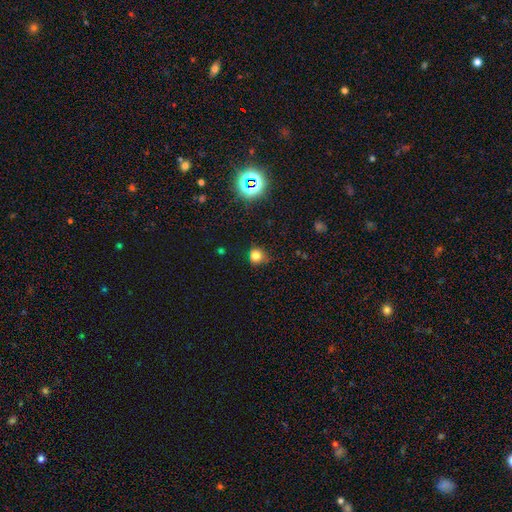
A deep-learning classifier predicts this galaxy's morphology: smooth-or-featured: smooth: 76% | star or artifact: 17% | featured or disk: 6%
  how-rounded: round: 83% | in between: 16% | cigar-shaped: 1%
  merging: none: 67% | minor disturbance: 25% | major disturbance: 7% | merger: 2%